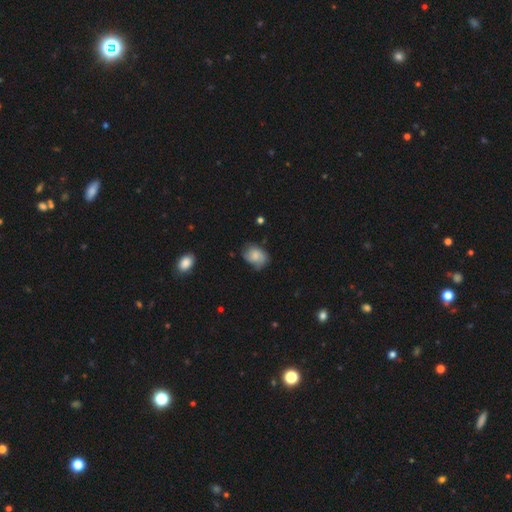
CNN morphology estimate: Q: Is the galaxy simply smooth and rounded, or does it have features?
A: smooth — 65%.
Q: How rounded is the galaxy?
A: in between — 69%.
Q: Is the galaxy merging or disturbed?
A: none — 59%.